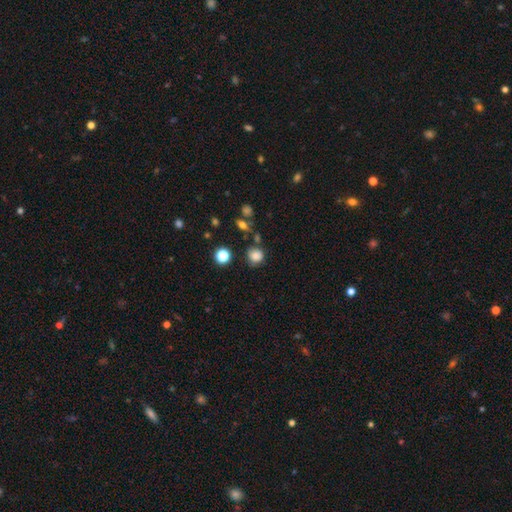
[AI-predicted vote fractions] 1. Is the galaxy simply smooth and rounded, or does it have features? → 82% smooth, 13% star or artifact, 6% featured or disk.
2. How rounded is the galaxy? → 84% round, 15% in between, 1% cigar-shaped.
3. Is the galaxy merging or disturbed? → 70% none, 17% minor disturbance, 7% merger, 5% major disturbance.